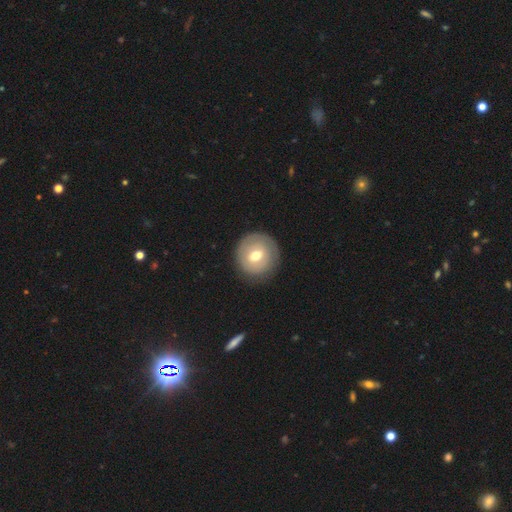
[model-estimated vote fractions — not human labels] This is possibly a smooth galaxy (54%). How rounded: clearly round (92%). Merging: clearly none (86%).